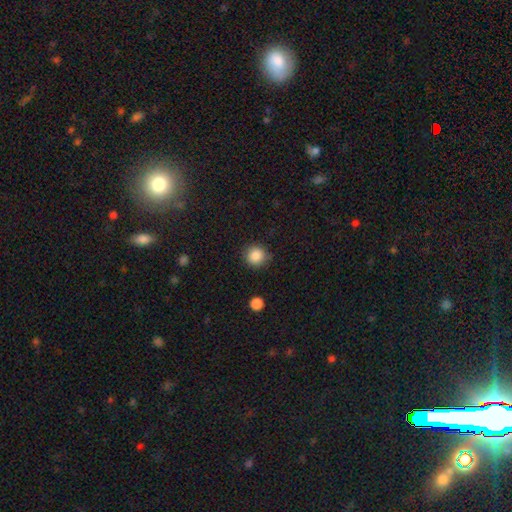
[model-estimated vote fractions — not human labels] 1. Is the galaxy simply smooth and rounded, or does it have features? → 87% smooth, 10% star or artifact, 3% featured or disk.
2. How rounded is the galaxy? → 92% round, 7% in between, 1% cigar-shaped.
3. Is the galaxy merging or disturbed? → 84% none, 11% minor disturbance, 3% major disturbance, 2% merger.